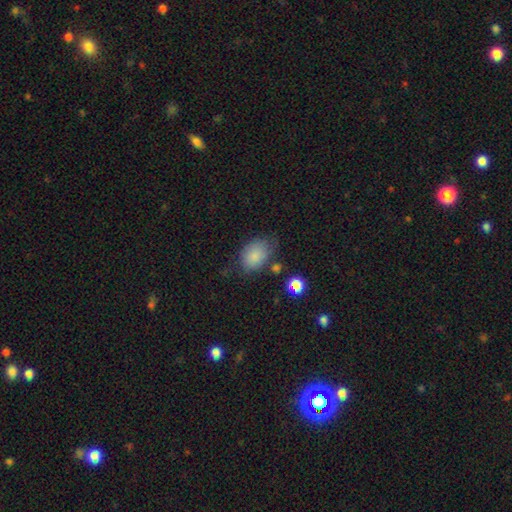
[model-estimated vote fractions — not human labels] Smooth or featured? Predicted: smooth (p=0.82). How rounded? Predicted: in between (p=0.79). Merging? Predicted: none (p=0.59).